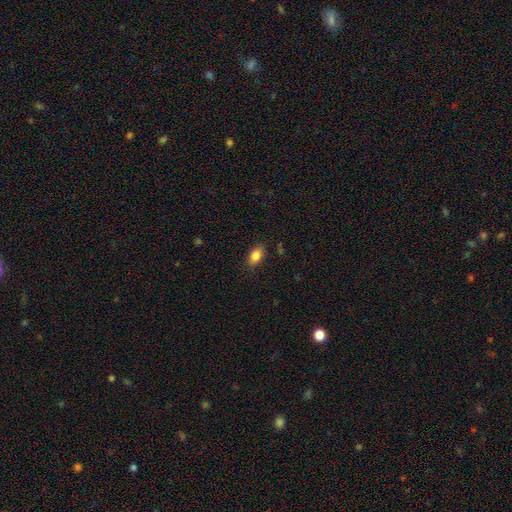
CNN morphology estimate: Smooth or featured: smooth — 85% (star or artifact — 8%)
How rounded: in between — 87% (round — 10%)
Merging: none — 86% (minor disturbance — 11%)